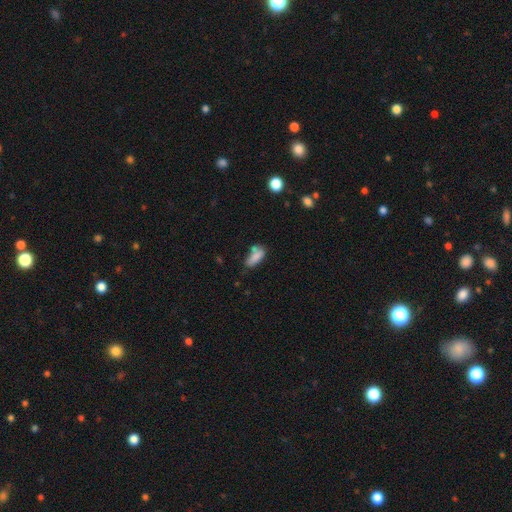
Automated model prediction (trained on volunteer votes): Smooth or featured? smooth (80%)
How rounded? in between (79%)
Merging? none (48%)